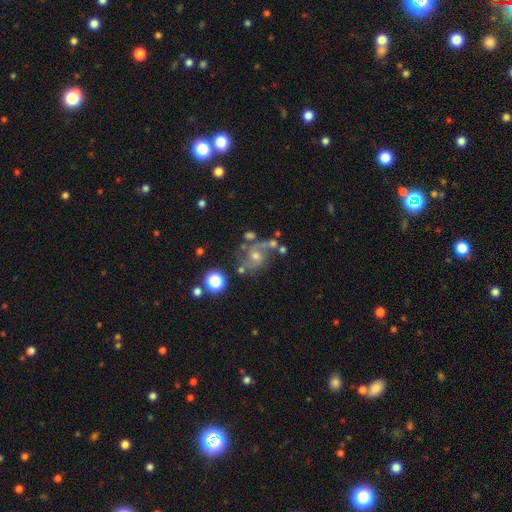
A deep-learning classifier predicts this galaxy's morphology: Smooth or featured?
  - featured or disk: 64% *
  - smooth: 19%
  - star or artifact: 17%
Edge-on disk?
  - no: 97% *
  - yes: 3%
Bar?
  - no: 69% *
  - weak: 25%
  - strong: 6%
Spiral arms?
  - yes: 84% *
  - no: 16%
Spiral winding?
  - medium: 45% *
  - loose: 36%
  - tight: 19%
Spiral arm count?
  - 2: 70% *
  - can't tell: 12%
  - 1: 9%
  - 3: 4%
  - 4: 2%
  - more than 4: 2%
Bulge size?
  - moderate: 53% *
  - small: 37%
  - large: 4%
  - none: 4%
  - dominant: 2%
Merging?
  - none: 50% *
  - minor disturbance: 19%
  - major disturbance: 17%
  - merger: 14%